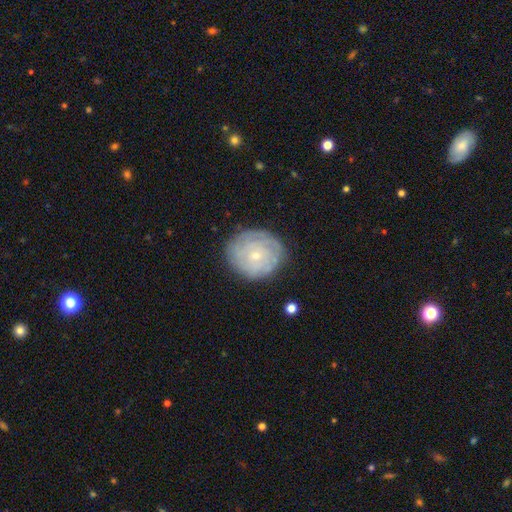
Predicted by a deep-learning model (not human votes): The model was most divided on "smooth or featured": featured or disk: 61%, smooth: 31%, star or artifact: 7%. More confident: edge-on disk — no (97%); bar — no (85%); bulge size — small (79%); merging — none (79%); spiral arms — yes (76%).